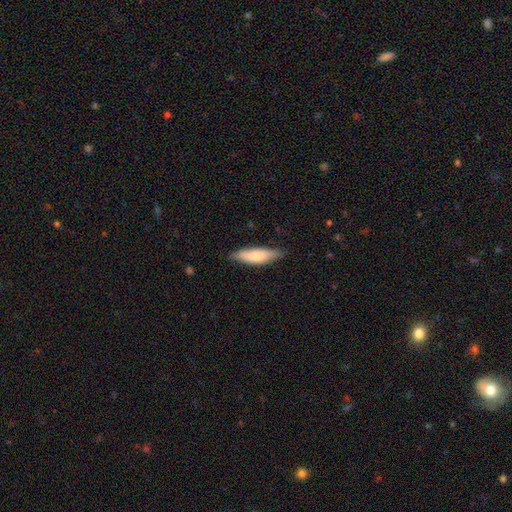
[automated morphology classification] Smooth or featured? smooth (76%)
How rounded? cigar-shaped (59%)
Merging? none (80%)